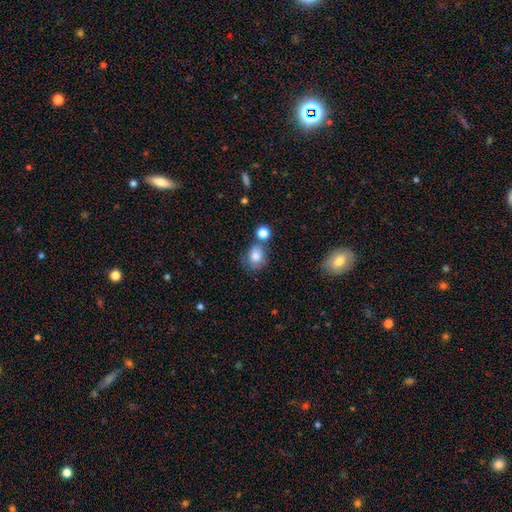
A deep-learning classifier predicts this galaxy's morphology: A smooth galaxy with no disk features (79%) that is round (57%). Merging: none (52%).